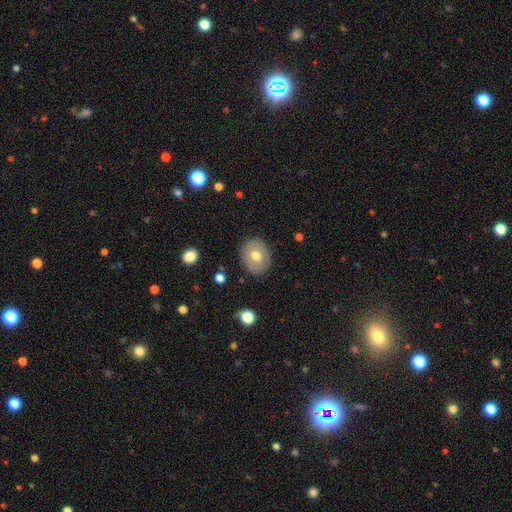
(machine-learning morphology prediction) type=smooth (67%); roundness=round (63%); merging=none (87%).